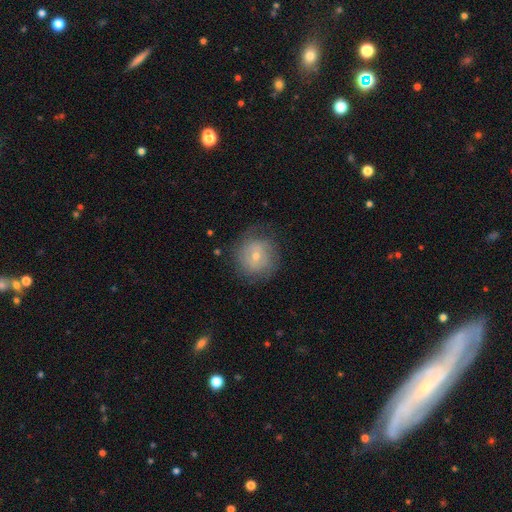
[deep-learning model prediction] smooth_or_featured: featured or disk (p=0.49) [alt: smooth p=0.42]
merging: none (p=0.72) [alt: minor disturbance p=0.18]